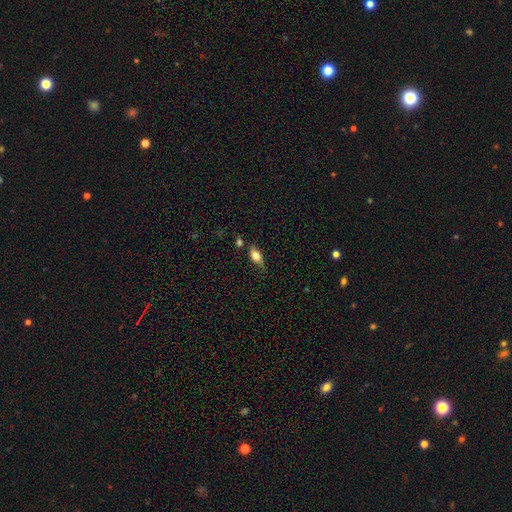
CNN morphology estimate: smooth_or_featured: smooth (p=0.73) [alt: featured or disk p=0.19]
how_rounded: in between (p=0.82) [alt: cigar-shaped p=0.12]
merging: none (p=0.69) [alt: minor disturbance p=0.21]